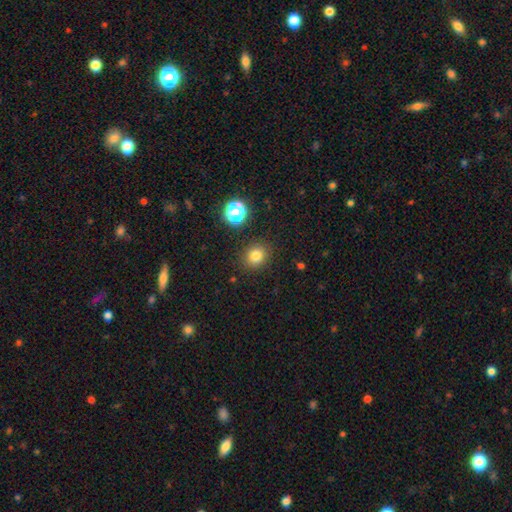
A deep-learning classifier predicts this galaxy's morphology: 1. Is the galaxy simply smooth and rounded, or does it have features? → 79% smooth, 14% star or artifact, 6% featured or disk.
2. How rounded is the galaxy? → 79% round, 20% in between, 1% cigar-shaped.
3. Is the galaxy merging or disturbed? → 88% none, 8% minor disturbance, 3% major disturbance, 2% merger.